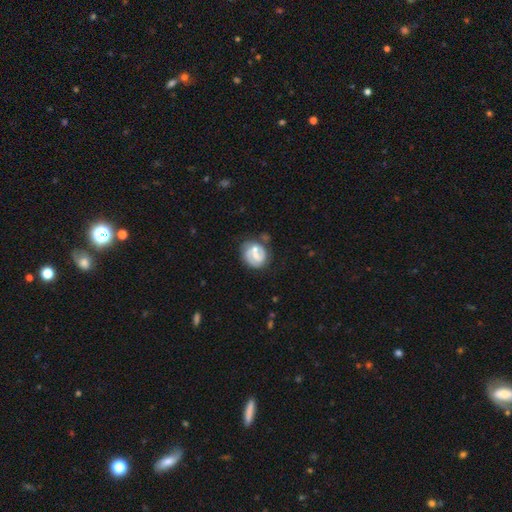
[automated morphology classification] featured or disk 66%, smooth 26%, star or artifact 7%. Down the decision tree: edge-on disk — no (97%); bar — weak (46%); spiral arms — yes (77%); bulge size — moderate (49%); merging — none (58%).